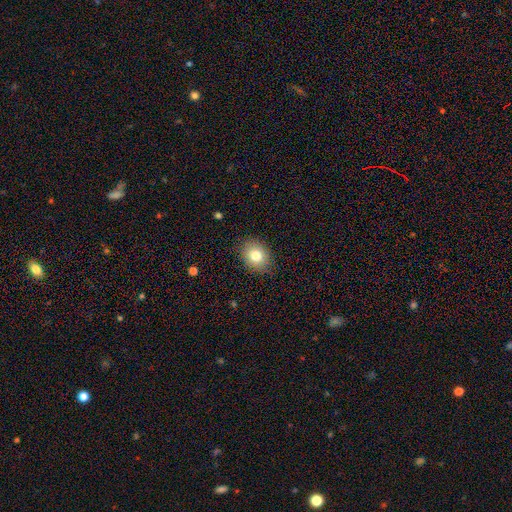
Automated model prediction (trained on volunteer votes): This appears to be a smooth galaxy with no disk features (81%) that is in between round and cigar-shaped (51%). Merging: none (86%).